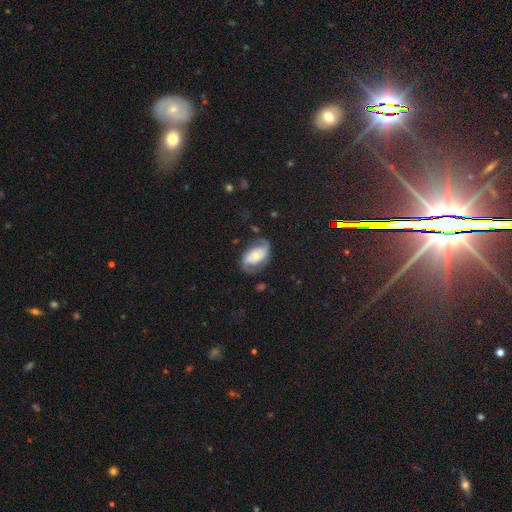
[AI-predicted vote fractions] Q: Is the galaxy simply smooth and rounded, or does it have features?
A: featured or disk — 73%.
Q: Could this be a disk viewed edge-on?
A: no — 97%.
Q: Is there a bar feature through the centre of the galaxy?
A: no — 55%.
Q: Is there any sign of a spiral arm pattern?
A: yes — 89%.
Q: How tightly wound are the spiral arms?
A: medium — 44%.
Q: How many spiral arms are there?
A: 2 — 86%.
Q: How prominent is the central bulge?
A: small — 47%.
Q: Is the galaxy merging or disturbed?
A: none — 63%.